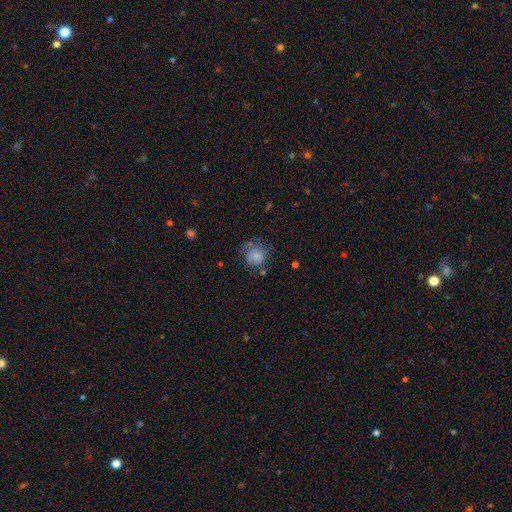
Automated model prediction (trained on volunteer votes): Smooth or featured: smooth — 69% (featured or disk — 21%)
How rounded: round — 77% (in between — 22%)
Merging: none — 46% (minor disturbance — 26%)